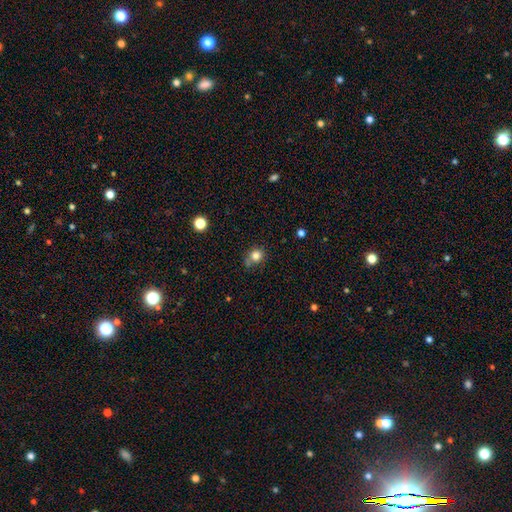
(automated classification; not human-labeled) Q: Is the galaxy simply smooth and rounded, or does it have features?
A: smooth — 81%.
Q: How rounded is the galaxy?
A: round — 80%.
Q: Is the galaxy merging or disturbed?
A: none — 65%.